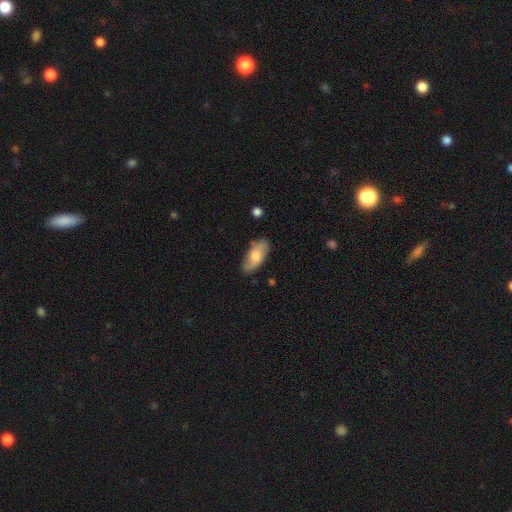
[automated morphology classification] Smooth or featured? smooth (70%)
How rounded? in between (87%)
Merging? none (78%)